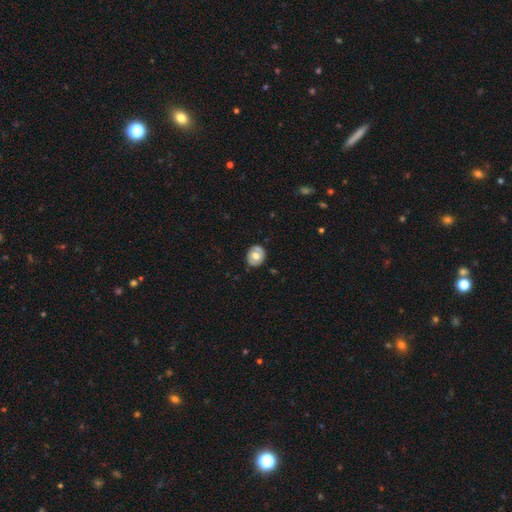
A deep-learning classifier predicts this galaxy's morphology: A smooth galaxy with no disk features (58%) that is round (67%).

Vote fractions:
- Smooth or featured? smooth: 58% / featured or disk: 35% / star or artifact: 7%
- How rounded? round: 67% / in between: 32% / cigar-shaped: 1%
- Merging? none: 82% / minor disturbance: 13% / major disturbance: 3% / merger: 1%